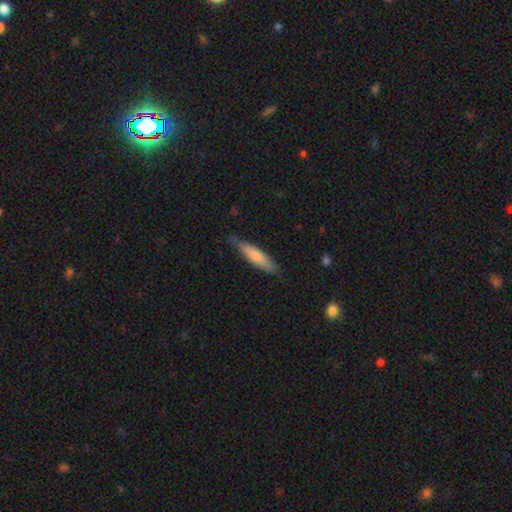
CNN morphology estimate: The model was most divided on "smooth or featured": smooth: 73%, featured or disk: 22%, star or artifact: 5%. More confident: how rounded — cigar-shaped (78%); merging — none (77%).